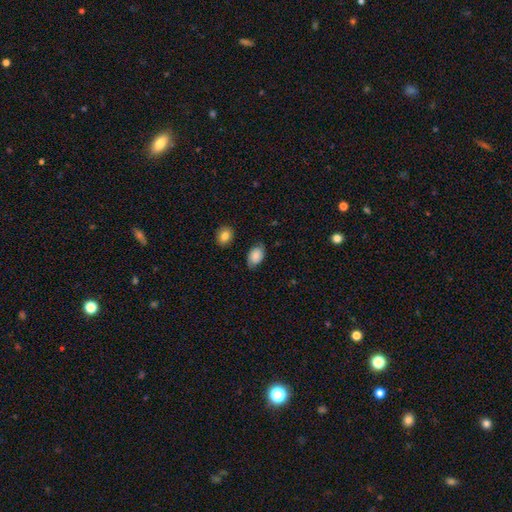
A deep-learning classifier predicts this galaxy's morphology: smooth_or_featured: smooth (p=0.77) [alt: featured or disk p=0.16]
how_rounded: in between (p=0.88) [alt: round p=0.10]
merging: none (p=0.77) [alt: minor disturbance p=0.18]